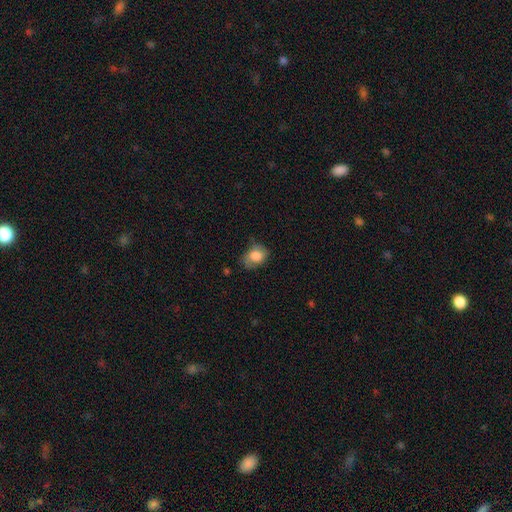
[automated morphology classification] smooth 74%, featured or disk 18%, star or artifact 8%. Down the decision tree: how rounded — in between (70%); merging — none (54%).